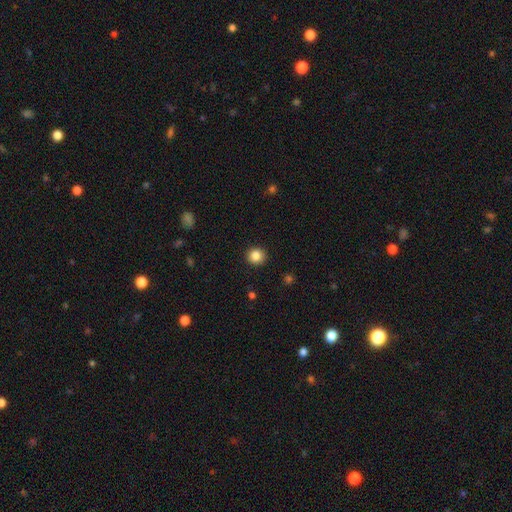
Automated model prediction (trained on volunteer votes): smooth_or_featured: smooth (p=0.85) [alt: star or artifact p=0.10]
how_rounded: round (p=0.91) [alt: in between p=0.09]
merging: none (p=0.92) [alt: minor disturbance p=0.05]